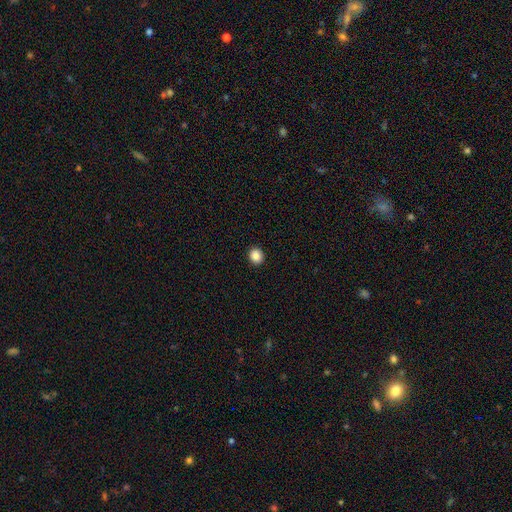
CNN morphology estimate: This is clearly a smooth galaxy (86%). How rounded: clearly round (81%). Merging: clearly none (93%).